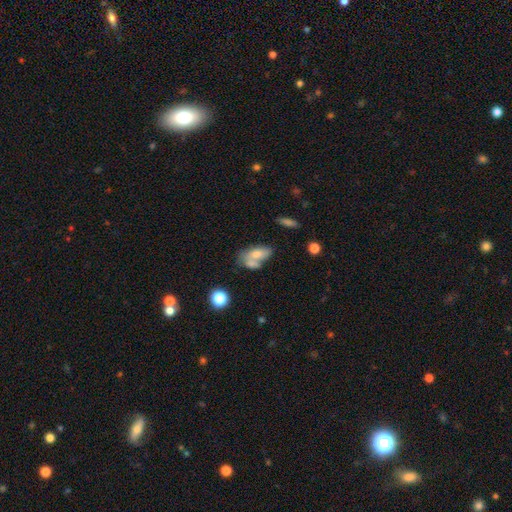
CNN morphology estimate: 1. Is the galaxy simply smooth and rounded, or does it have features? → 64% smooth, 27% featured or disk, 9% star or artifact.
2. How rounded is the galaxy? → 86% in between, 7% round, 6% cigar-shaped.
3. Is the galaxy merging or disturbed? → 44% merger, 29% none, 16% minor disturbance, 12% major disturbance.